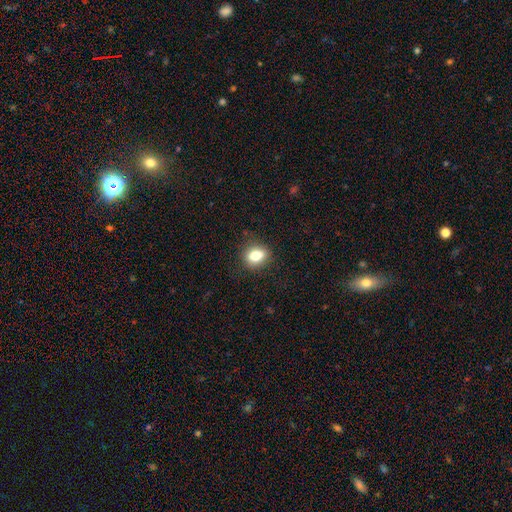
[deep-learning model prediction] Q: Smooth or featured?
A: smooth (79%); runner-up: featured or disk (11%)
Q: How rounded?
A: in between (59%); runner-up: round (38%)
Q: Merging?
A: none (84%); runner-up: minor disturbance (12%)